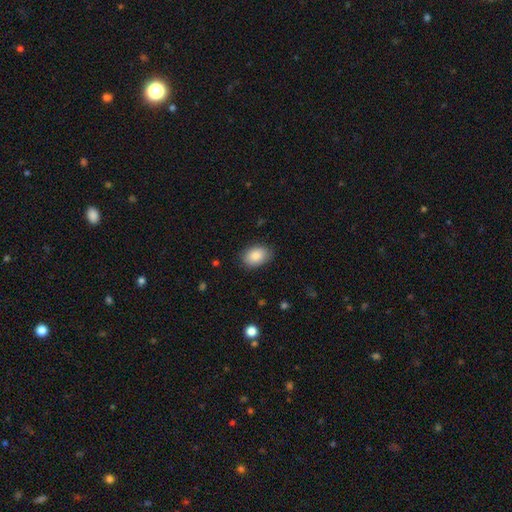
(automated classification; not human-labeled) Smooth or featured? Predicted: smooth (p=0.87). How rounded? Predicted: in between (p=0.85). Merging? Predicted: none (p=0.85).